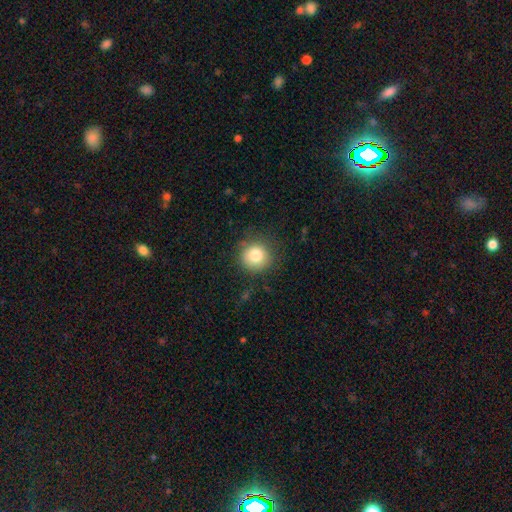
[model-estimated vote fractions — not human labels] This appears to be a smooth galaxy with no disk features (81%) that is round (92%). Merging: none (81%).